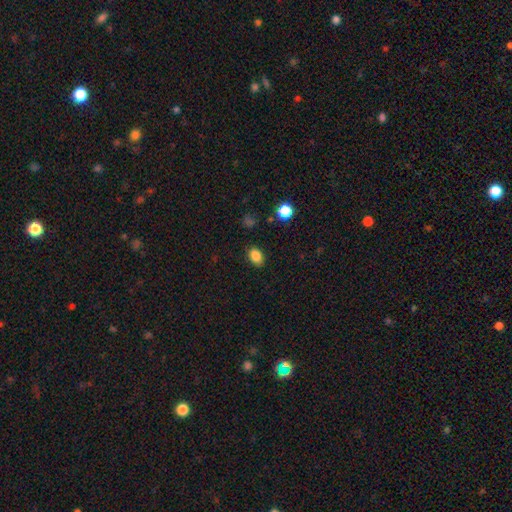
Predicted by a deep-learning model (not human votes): smooth_or_featured: smooth (p=0.85) [alt: star or artifact p=0.11]
how_rounded: in between (p=0.74) [alt: round p=0.25]
merging: none (p=0.86) [alt: minor disturbance p=0.10]